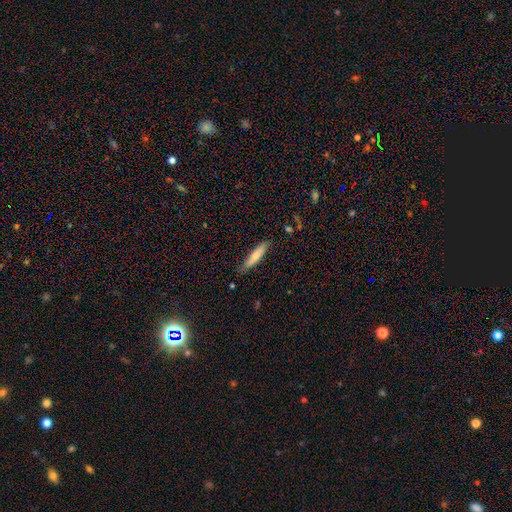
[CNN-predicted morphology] type=smooth (72%); roundness=cigar-shaped (82%); merging=none (78%).